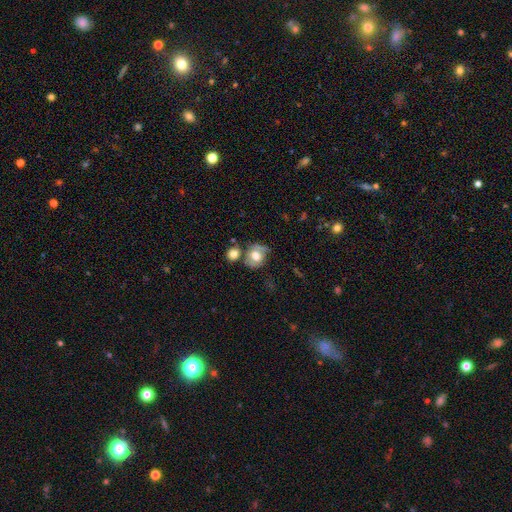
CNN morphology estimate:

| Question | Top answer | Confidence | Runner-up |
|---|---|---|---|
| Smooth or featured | smooth | 60% | featured or disk (31%) |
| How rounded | round | 60% | in between (39%) |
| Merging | none | 46% | minor disturbance (23%) |